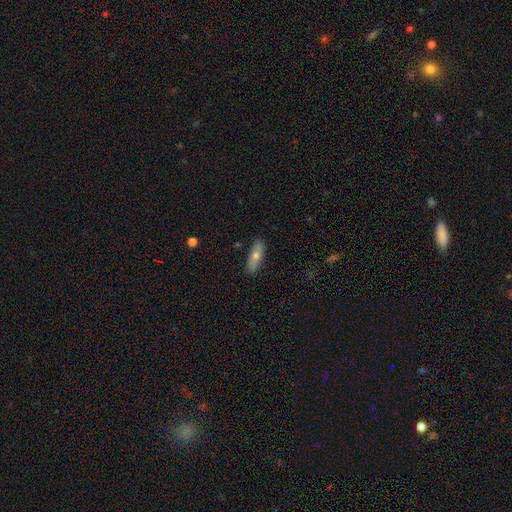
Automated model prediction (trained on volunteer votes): smooth 69%, featured or disk 25%, star or artifact 6%. Down the decision tree: how rounded — in between (55%); merging — none (87%).